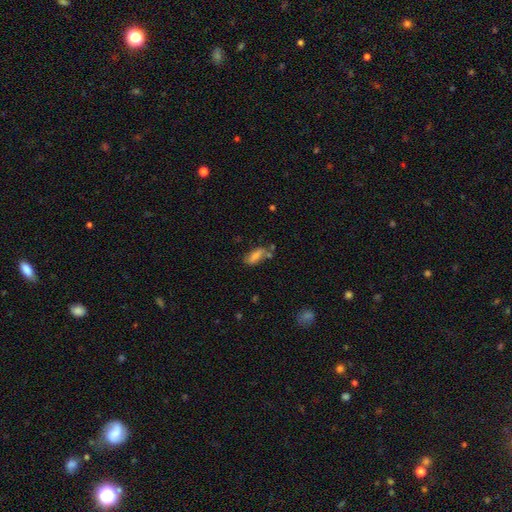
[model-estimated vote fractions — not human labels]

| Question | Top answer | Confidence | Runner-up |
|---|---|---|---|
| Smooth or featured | smooth | 72% | featured or disk (15%) |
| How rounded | in between | 72% | cigar-shaped (24%) |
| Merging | none | 59% | minor disturbance (19%) |